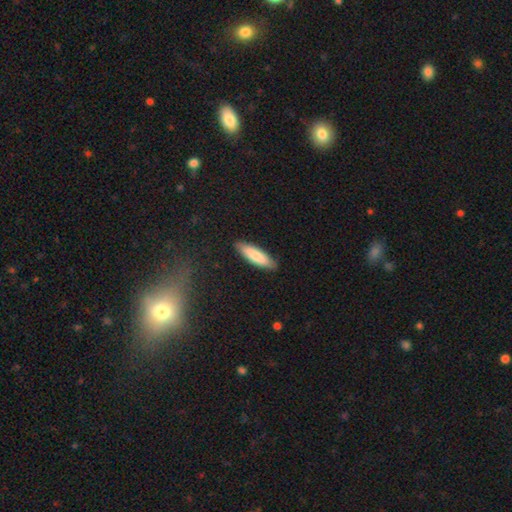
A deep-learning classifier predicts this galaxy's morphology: smooth 82%, featured or disk 13%, star or artifact 5%. Down the decision tree: how rounded — cigar-shaped (63%); merging — none (87%).